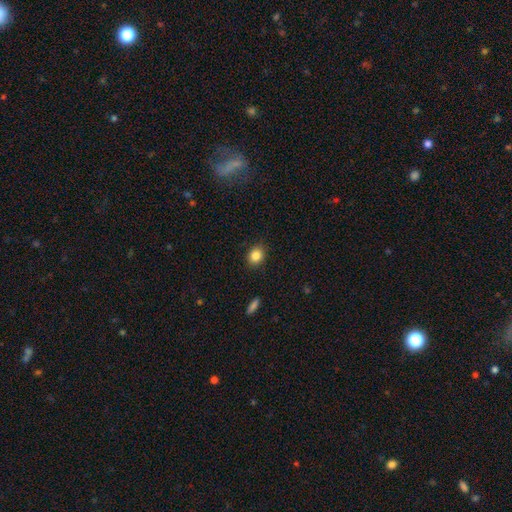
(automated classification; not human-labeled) Smooth or featured? Predicted: smooth (p=0.84). How rounded? Predicted: round (p=0.67). Merging? Predicted: none (p=0.88).